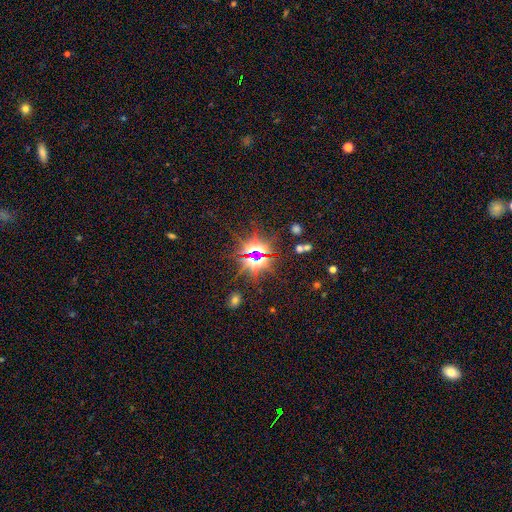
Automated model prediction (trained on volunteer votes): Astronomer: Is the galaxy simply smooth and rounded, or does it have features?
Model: star or artifact — 81%.